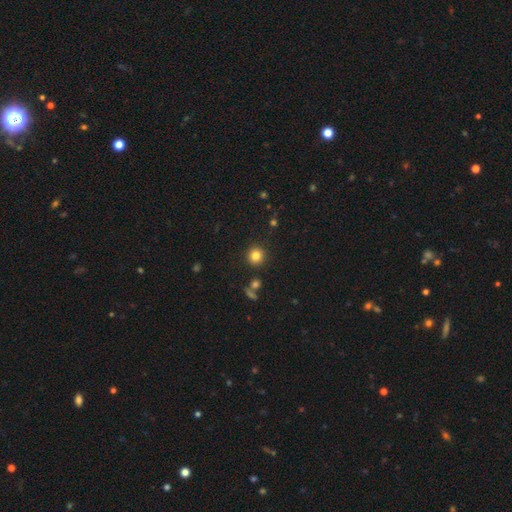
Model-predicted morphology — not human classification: type=smooth (82%); roundness=round (93%); merging=none (88%).